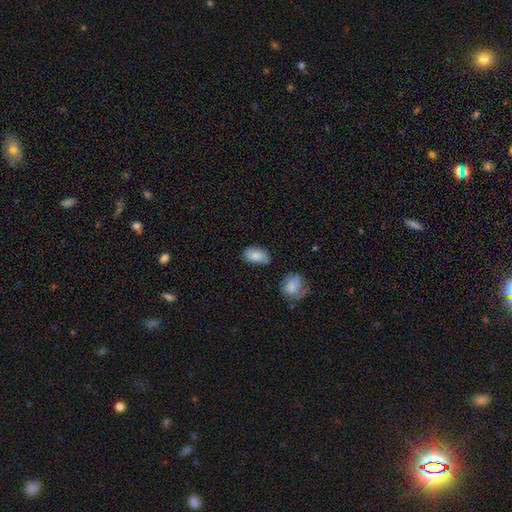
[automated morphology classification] This appears to be a smooth galaxy with no disk features (83%) that is in between round and cigar-shaped (90%). Merging: none (64%).